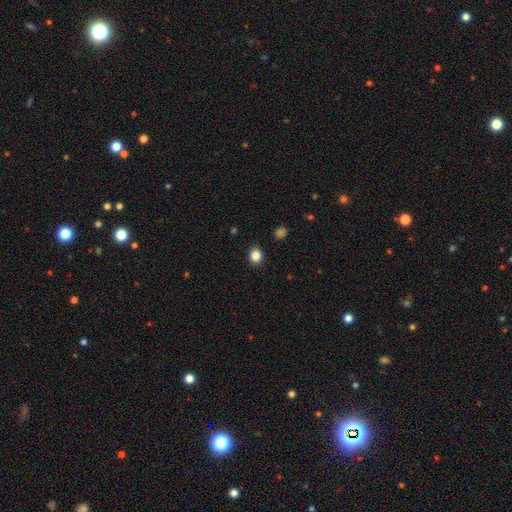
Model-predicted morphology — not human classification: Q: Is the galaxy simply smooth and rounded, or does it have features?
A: smooth — 85%.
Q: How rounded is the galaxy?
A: round — 75%.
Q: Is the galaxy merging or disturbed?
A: none — 90%.